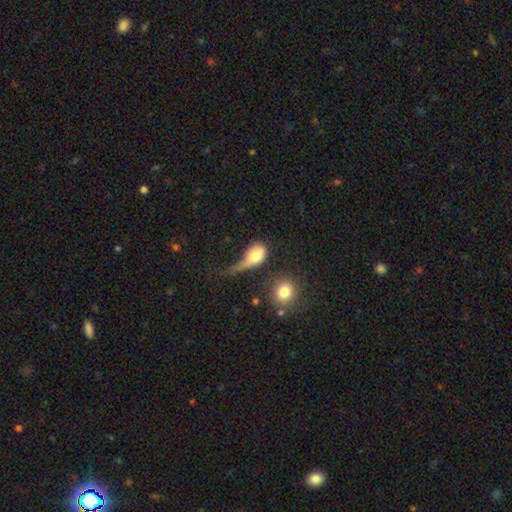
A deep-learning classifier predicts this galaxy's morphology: This is likely a smooth galaxy (72%). How rounded: likely in between (64%). Merging: possibly major disturbance (49%).